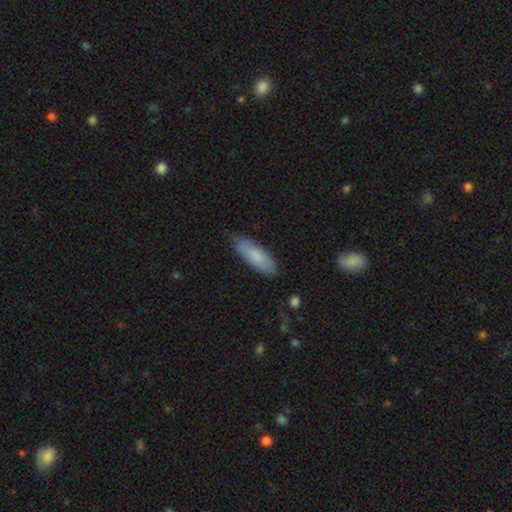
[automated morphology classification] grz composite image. It shows a smooth galaxy with no disk features (83%) that is in between round and cigar-shaped (59%). Merging: none (82%).